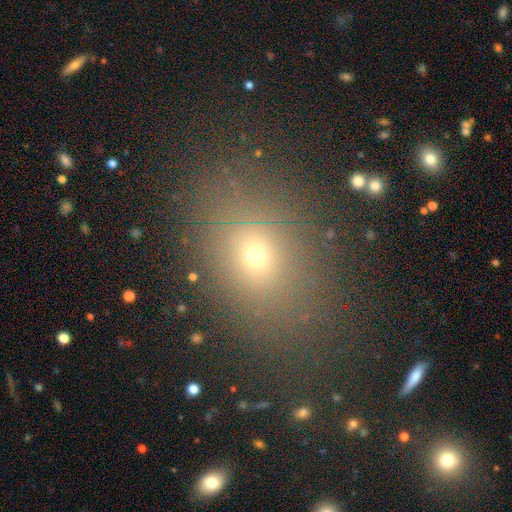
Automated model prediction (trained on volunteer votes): smooth-or-featured: smooth: 67% | star or artifact: 20% | featured or disk: 13%
  how-rounded: in between: 63% | round: 34% | cigar-shaped: 3%
  merging: none: 74% | minor disturbance: 14% | major disturbance: 8% | merger: 4%